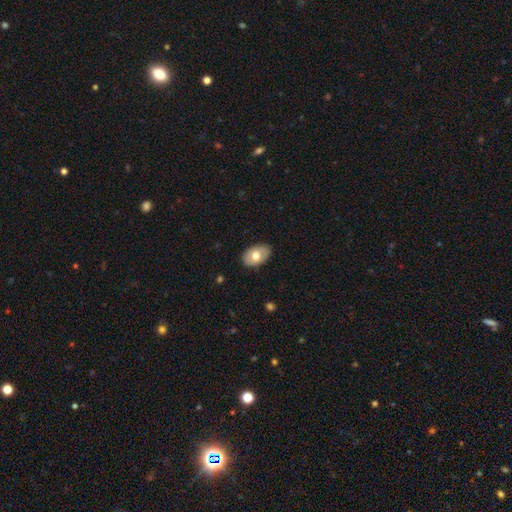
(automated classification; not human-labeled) smooth_or_featured: smooth (p=0.70) [alt: featured or disk p=0.24]
how_rounded: in between (p=0.90) [alt: round p=0.09]
merging: none (p=0.85) [alt: minor disturbance p=0.12]